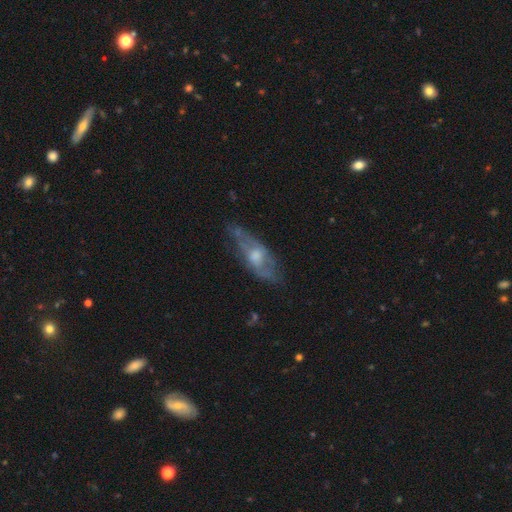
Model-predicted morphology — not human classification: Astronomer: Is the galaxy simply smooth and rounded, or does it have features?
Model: featured or disk — 64%.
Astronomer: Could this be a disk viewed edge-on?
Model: no — 67%.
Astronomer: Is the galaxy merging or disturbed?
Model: none — 61%.